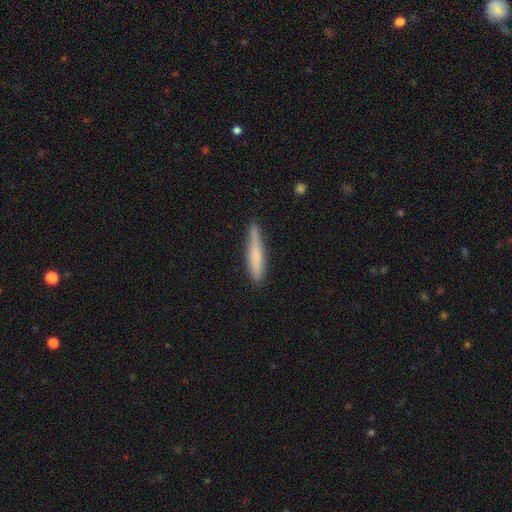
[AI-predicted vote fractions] smooth-or-featured: smooth: 68% | featured or disk: 25% | star or artifact: 6%
  how-rounded: cigar-shaped: 92% | in between: 6% | round: 1%
  merging: none: 81% | minor disturbance: 15% | major disturbance: 2% | merger: 2%